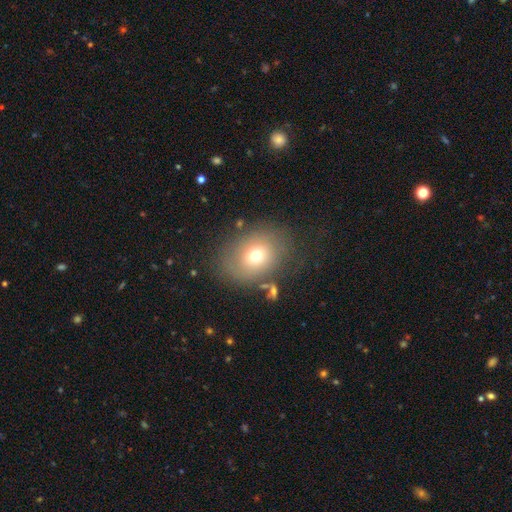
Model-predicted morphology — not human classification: Smooth or featured: smooth — 66% (featured or disk — 22%)
How rounded: in between — 62% (round — 37%)
Merging: none — 71% (minor disturbance — 17%)